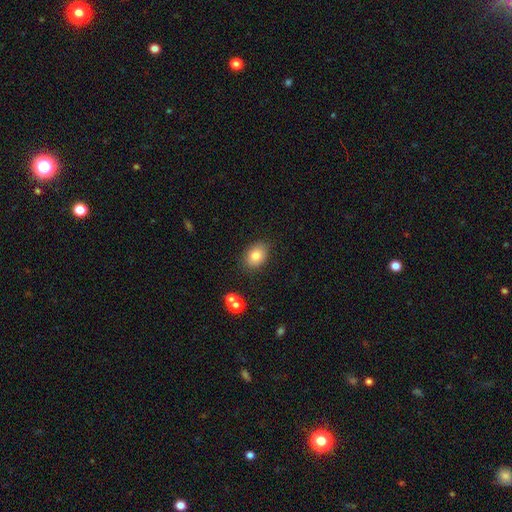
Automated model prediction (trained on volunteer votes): A smooth galaxy with no disk features (82%) that is in between round and cigar-shaped (74%). Merging: none (83%).